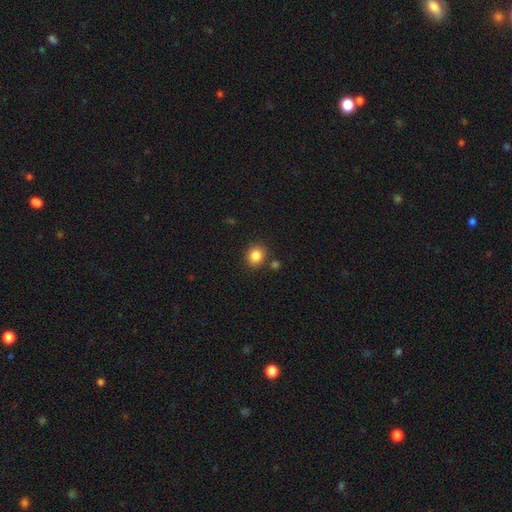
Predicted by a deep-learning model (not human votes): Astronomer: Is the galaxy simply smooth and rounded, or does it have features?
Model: smooth — 85%.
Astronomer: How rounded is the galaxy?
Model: round — 74%.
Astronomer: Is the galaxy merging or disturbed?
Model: none — 81%.